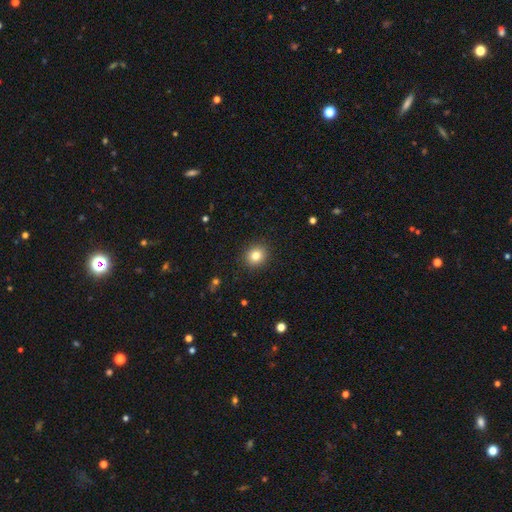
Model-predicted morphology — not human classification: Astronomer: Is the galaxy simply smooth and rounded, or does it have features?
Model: smooth — 82%.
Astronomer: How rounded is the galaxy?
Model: round — 81%.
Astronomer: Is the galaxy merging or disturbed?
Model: none — 91%.